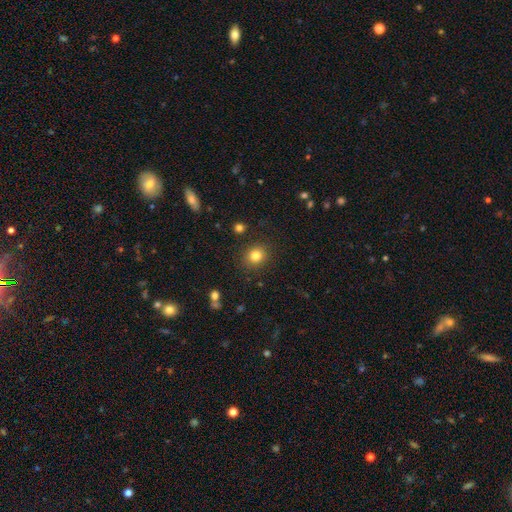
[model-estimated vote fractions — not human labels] A smooth galaxy with no disk features (81%) that is round (79%).

Vote fractions:
- Smooth or featured? smooth: 81% / star or artifact: 12% / featured or disk: 6%
- How rounded? round: 79% / in between: 20% / cigar-shaped: 1%
- Merging? none: 88% / minor disturbance: 8% / major disturbance: 3% / merger: 2%